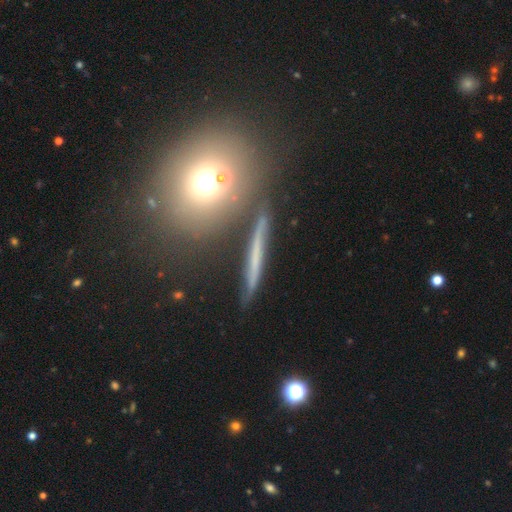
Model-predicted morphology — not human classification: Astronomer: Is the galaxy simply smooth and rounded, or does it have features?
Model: featured or disk — 50% (runner-up: smooth, 38%).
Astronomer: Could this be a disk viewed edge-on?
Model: yes — 89%.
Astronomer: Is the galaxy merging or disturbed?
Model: none — 84%.